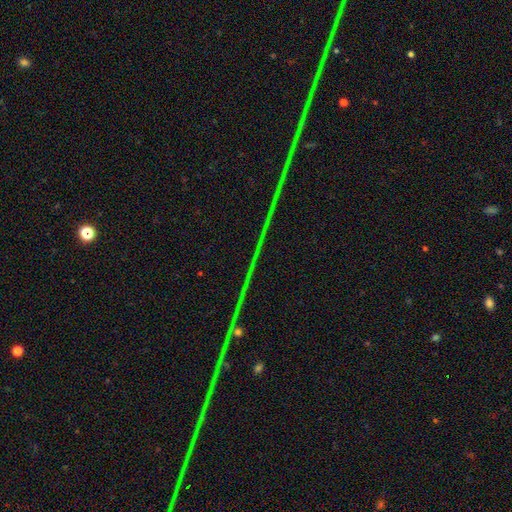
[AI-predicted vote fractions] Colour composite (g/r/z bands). It shows a star or artifact, not a galaxy (83%).